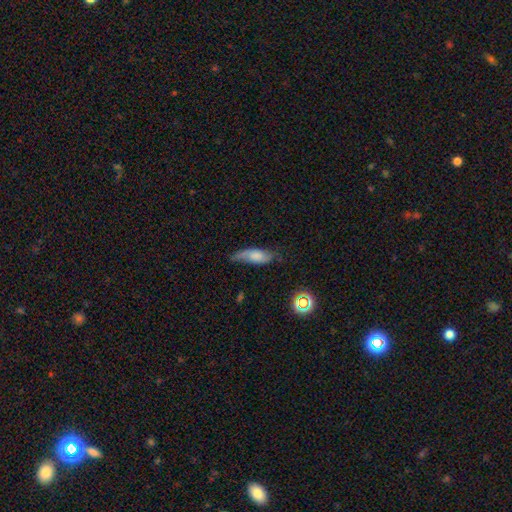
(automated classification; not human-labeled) smooth-or-featured: smooth: 63% | featured or disk: 29% | star or artifact: 8%
  how-rounded: in between: 66% | cigar-shaped: 31% | round: 3%
  merging: none: 51% | minor disturbance: 34% | major disturbance: 12% | merger: 2%